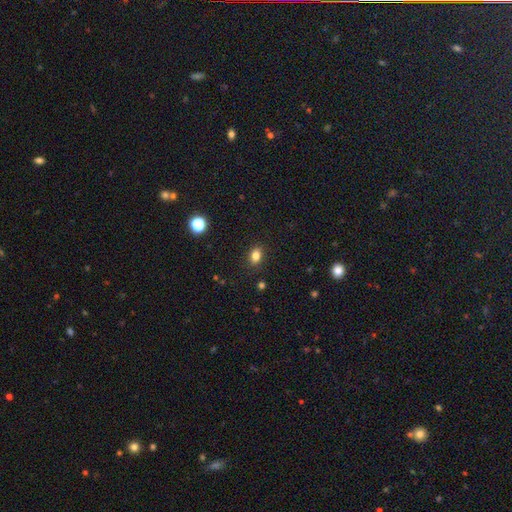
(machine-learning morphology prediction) Smooth or featured? smooth (82%)
How rounded? in between (67%)
Merging? none (86%)